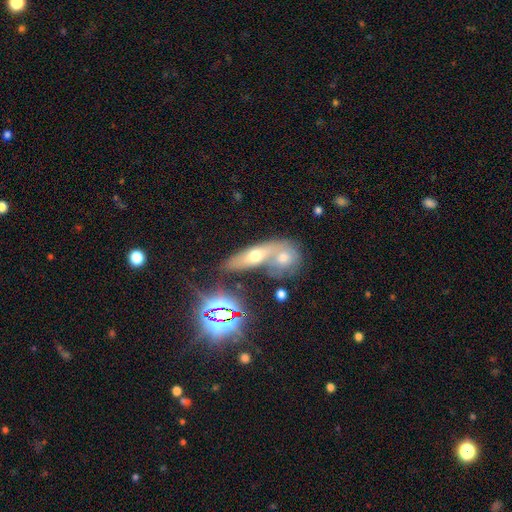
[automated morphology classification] The model was most divided on "smooth or featured": smooth: 47%, featured or disk: 32%, star or artifact: 21%. More confident: merging — merger (57%).